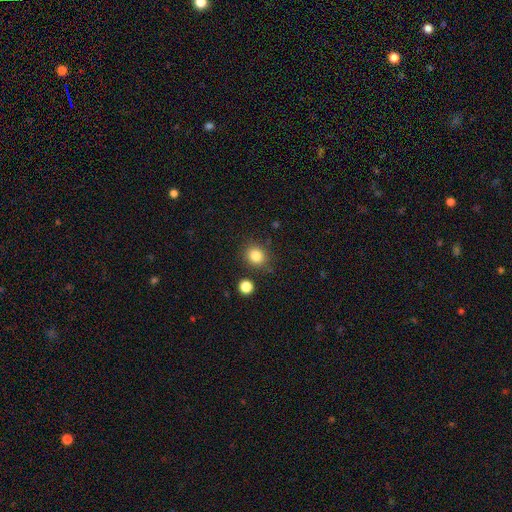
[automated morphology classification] smooth_or_featured: smooth (p=0.83) [alt: star or artifact p=0.11]
how_rounded: round (p=0.78) [alt: in between p=0.21]
merging: none (p=0.83) [alt: minor disturbance p=0.10]